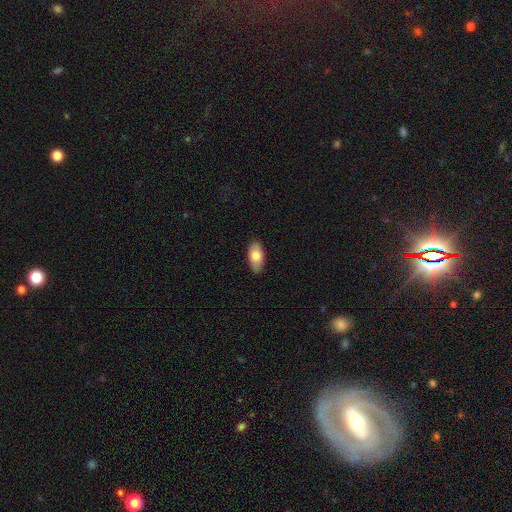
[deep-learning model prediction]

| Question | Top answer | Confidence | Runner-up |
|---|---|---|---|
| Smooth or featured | smooth | 81% | featured or disk (13%) |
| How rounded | in between | 93% | cigar-shaped (4%) |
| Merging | none | 87% | minor disturbance (10%) |